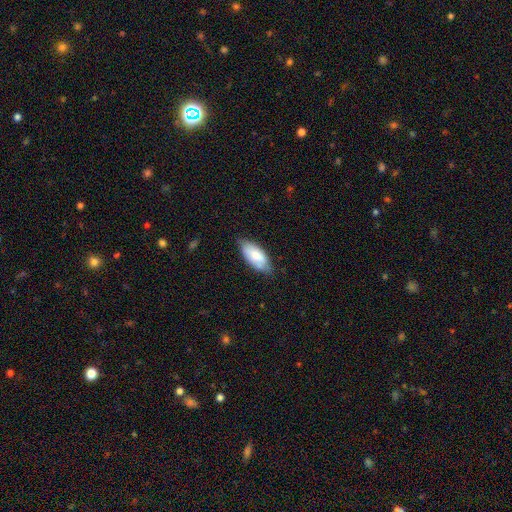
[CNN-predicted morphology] Smooth or featured?
  - smooth: 73% *
  - featured or disk: 21%
  - star or artifact: 6%
How rounded?
  - in between: 90% *
  - cigar-shaped: 8%
  - round: 2%
Merging?
  - none: 70% *
  - minor disturbance: 25%
  - major disturbance: 4%
  - merger: 1%